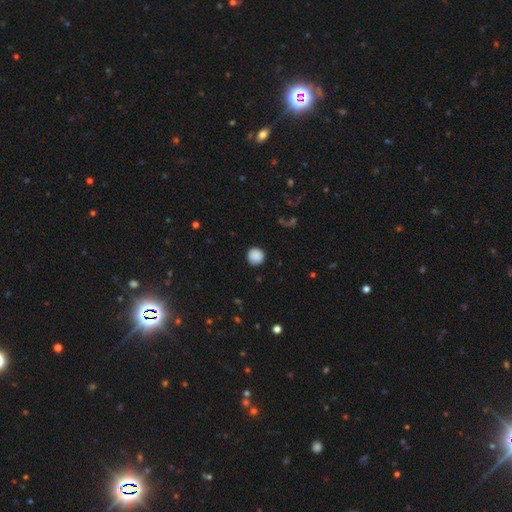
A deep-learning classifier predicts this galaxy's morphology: Smooth or featured: smooth — 89% (star or artifact — 9%)
How rounded: round — 95% (in between — 4%)
Merging: none — 91% (minor disturbance — 6%)